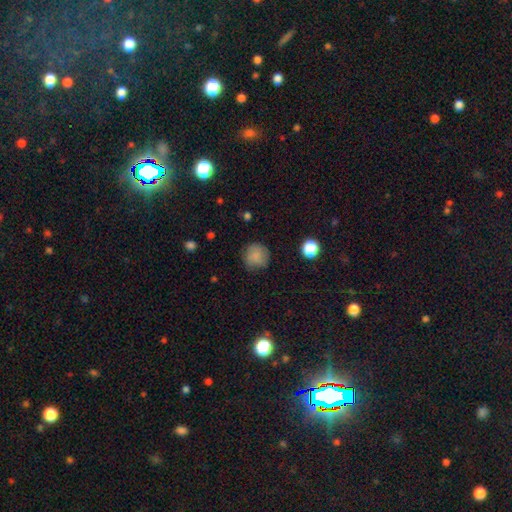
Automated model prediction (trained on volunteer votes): This appears to be a smooth galaxy with no disk features (84%) that is round (92%). Merging: none (79%).